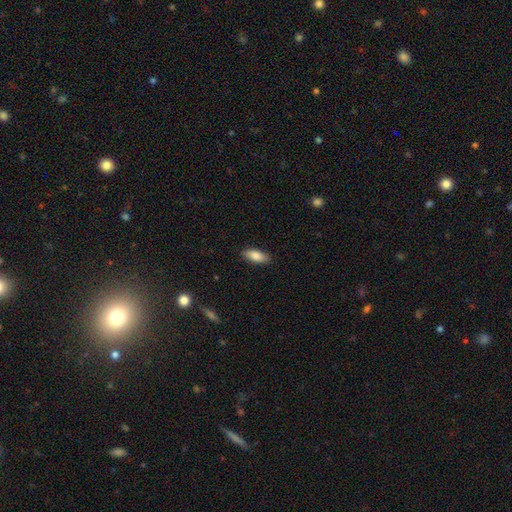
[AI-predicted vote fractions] This appears to be a smooth galaxy with no disk features (83%) that is in between round and cigar-shaped (76%). Merging: none (87%).